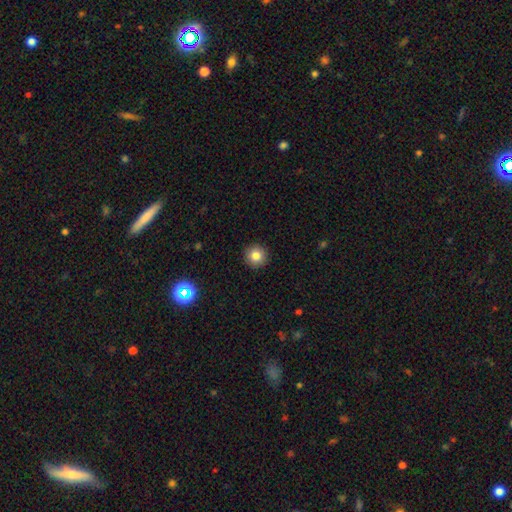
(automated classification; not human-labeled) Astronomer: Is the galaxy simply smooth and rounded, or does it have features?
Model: smooth — 82%.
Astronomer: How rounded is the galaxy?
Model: round — 95%.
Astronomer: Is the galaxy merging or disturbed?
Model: none — 92%.